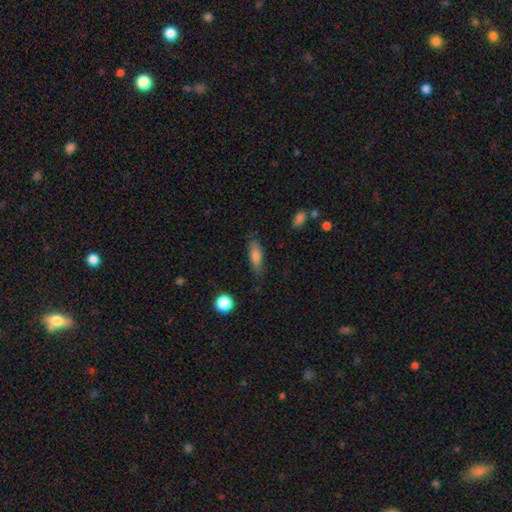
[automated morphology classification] Q: Smooth or featured?
A: smooth (77%); runner-up: featured or disk (16%)
Q: How rounded?
A: in between (53%); runner-up: cigar-shaped (45%)
Q: Merging?
A: none (78%); runner-up: minor disturbance (17%)